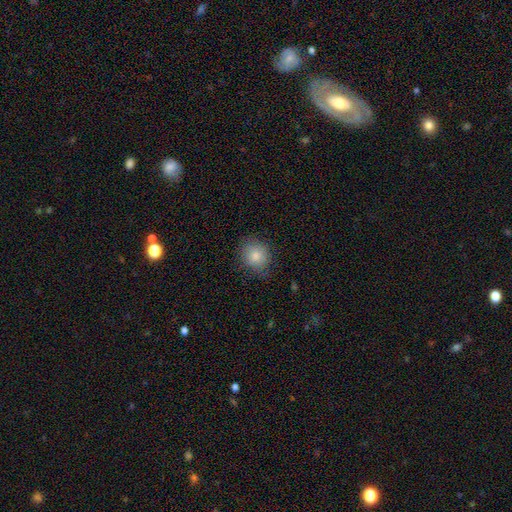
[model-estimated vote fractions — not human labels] A smooth galaxy with no disk features (85%) that is round (76%). Merging: none (78%).